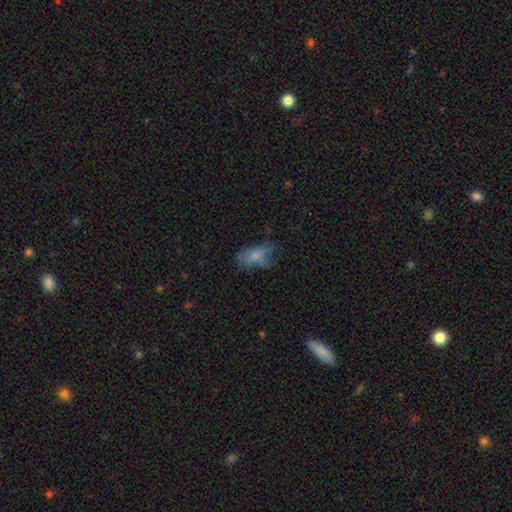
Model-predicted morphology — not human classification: Q: Smooth or featured?
A: smooth (69%); runner-up: featured or disk (20%)
Q: How rounded?
A: in between (89%); runner-up: round (7%)
Q: Merging?
A: none (45%); runner-up: minor disturbance (31%)